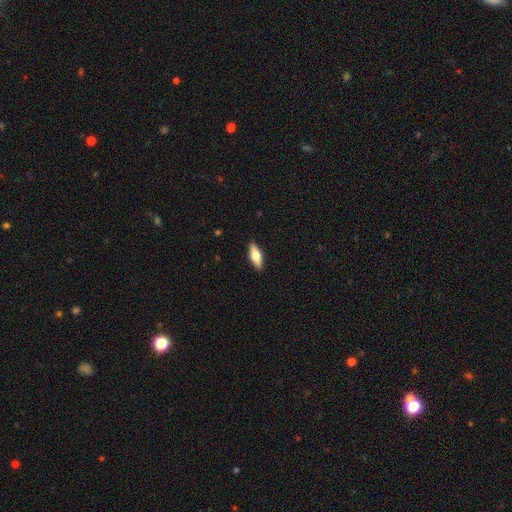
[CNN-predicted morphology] This is likely a smooth galaxy (64%). How rounded: possibly in between (55%). Merging: clearly none (89%).